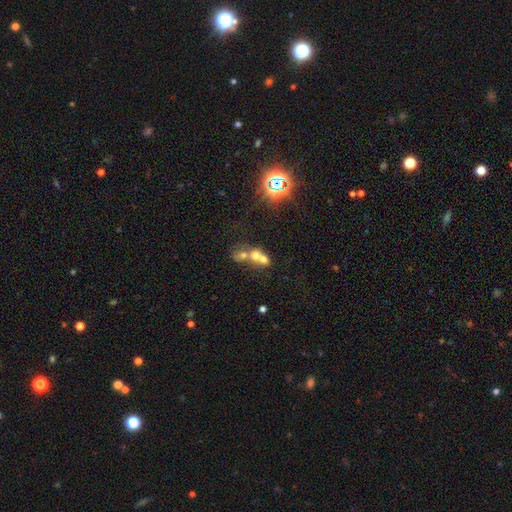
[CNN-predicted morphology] Smooth or featured? Predicted: smooth (p=0.54). How rounded? Predicted: round (p=0.61). Merging? Predicted: merger (p=0.69).